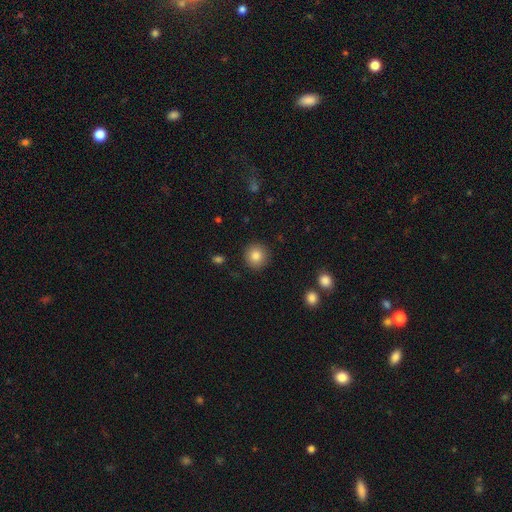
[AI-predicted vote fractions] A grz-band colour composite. It shows a smooth galaxy with no disk features (84%) that is round (94%). Merging: none (91%).